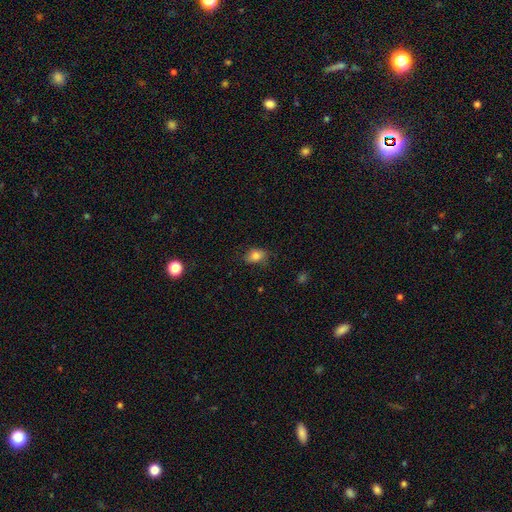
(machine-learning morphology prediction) Smooth or featured?
  - smooth: 82% *
  - star or artifact: 9%
  - featured or disk: 9%
How rounded?
  - in between: 76% *
  - round: 22%
  - cigar-shaped: 1%
Merging?
  - none: 72% *
  - minor disturbance: 22%
  - major disturbance: 6%
  - merger: 1%